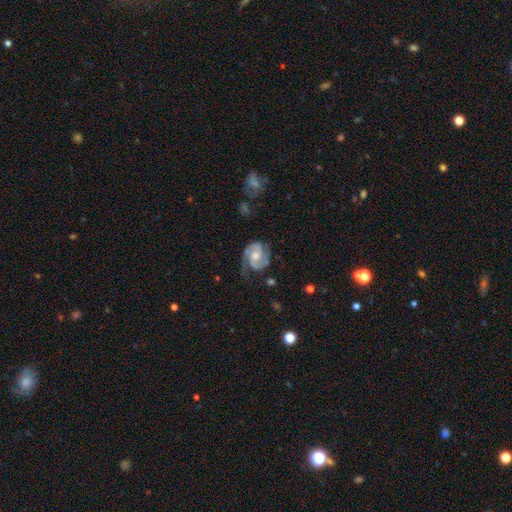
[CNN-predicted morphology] smooth-or-featured: featured or disk: 88% | smooth: 8% | star or artifact: 5%
  disk-edge-on: no: 98% | yes: 2%
    bar: no: 61% | weak: 31% | strong: 7%
    has-spiral-arms: yes: 97% | no: 3%
      spiral-winding: medium: 45% | tight: 44% | loose: 11%
      spiral-arm-count: 2: 87% | can't tell: 4% | 1: 3% | 3: 3% | 4: 1% | more than 4: 1%
    bulge-size: moderate: 58% | small: 26% | large: 9% | none: 6% | dominant: 1%
  merging: none: 65% | minor disturbance: 22% | major disturbance: 11% | merger: 2%